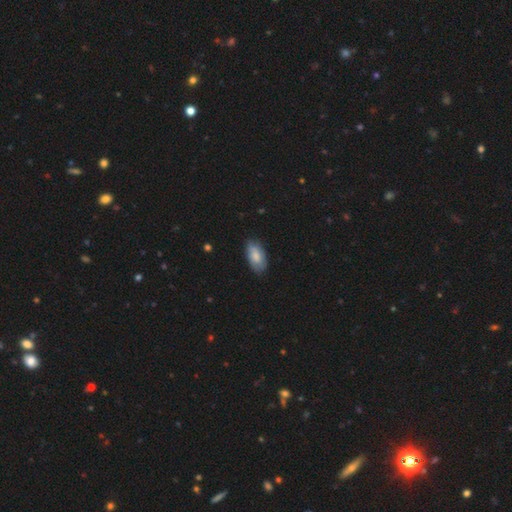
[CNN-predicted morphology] This is likely a smooth galaxy (72%). How rounded: clearly in between (93%). Merging: likely none (74%).